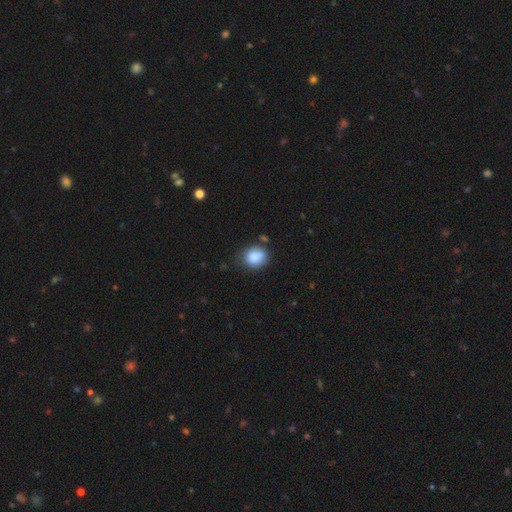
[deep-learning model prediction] Smooth or featured: smooth — 87% (star or artifact — 8%)
How rounded: round — 69% (in between — 30%)
Merging: none — 71% (minor disturbance — 19%)